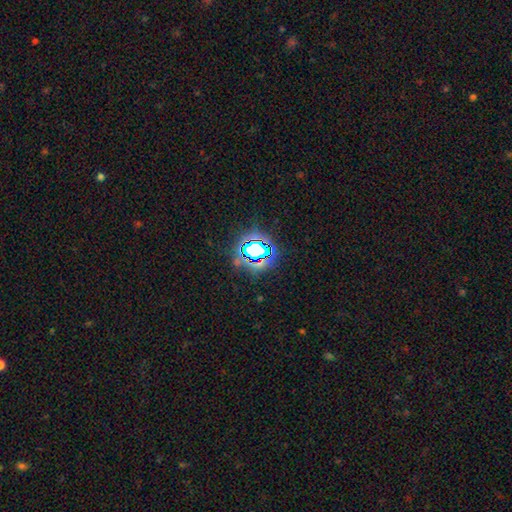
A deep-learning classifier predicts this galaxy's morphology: type=star or artifact (65%).